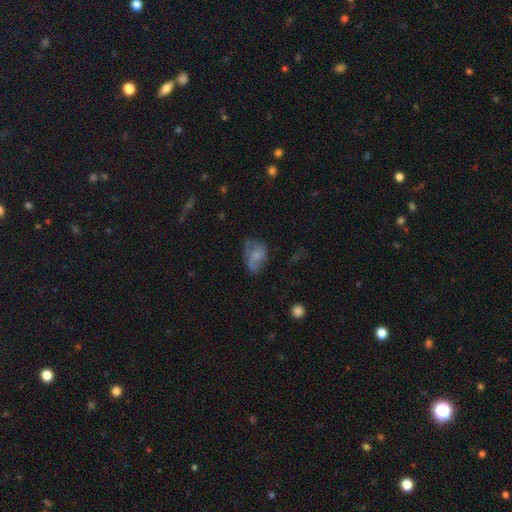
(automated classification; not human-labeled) This is possibly a smooth galaxy (46%). Merging: marginally none (42%).